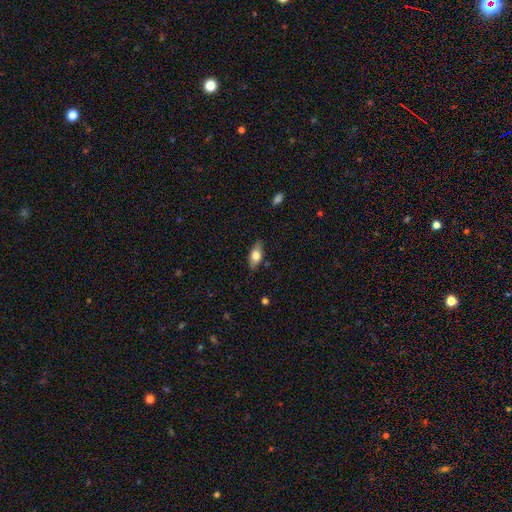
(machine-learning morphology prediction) Smooth or featured? smooth (69%)
How rounded? in between (83%)
Merging? none (81%)